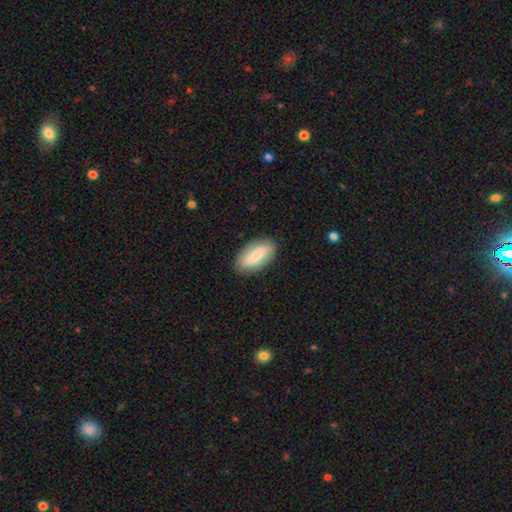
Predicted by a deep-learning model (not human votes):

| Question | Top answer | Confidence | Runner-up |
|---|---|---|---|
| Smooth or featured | smooth | 73% | featured or disk (20%) |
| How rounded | in between | 85% | cigar-shaped (12%) |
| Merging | none | 85% | minor disturbance (12%) |